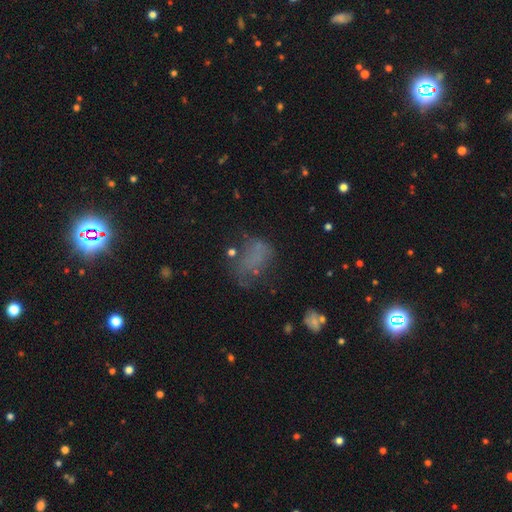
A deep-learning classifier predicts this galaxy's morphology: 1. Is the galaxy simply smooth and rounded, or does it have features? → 47% smooth, 29% featured or disk, 24% star or artifact.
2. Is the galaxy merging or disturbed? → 37% none, 33% major disturbance, 23% minor disturbance, 6% merger.